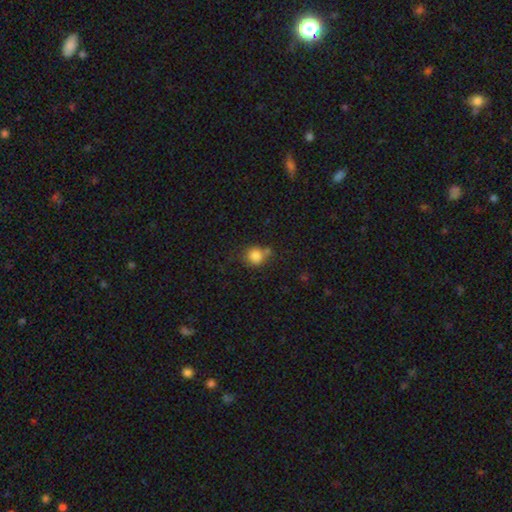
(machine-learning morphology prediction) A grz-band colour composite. It shows a smooth galaxy with no disk features (84%) that is round (86%). Merging: none (60%).